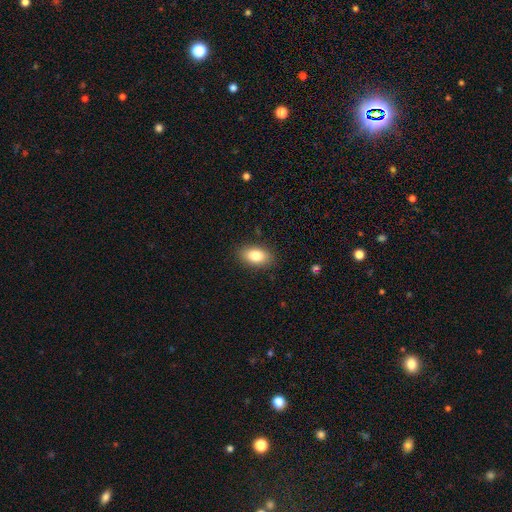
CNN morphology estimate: Smooth or featured? smooth (84%)
How rounded? in between (90%)
Merging? none (87%)